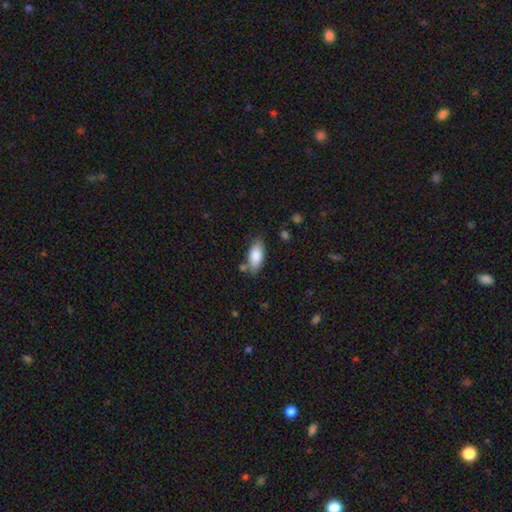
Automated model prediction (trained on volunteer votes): Morphology: type=smooth (84%); roundness=in between (86%); merging=none (74%).